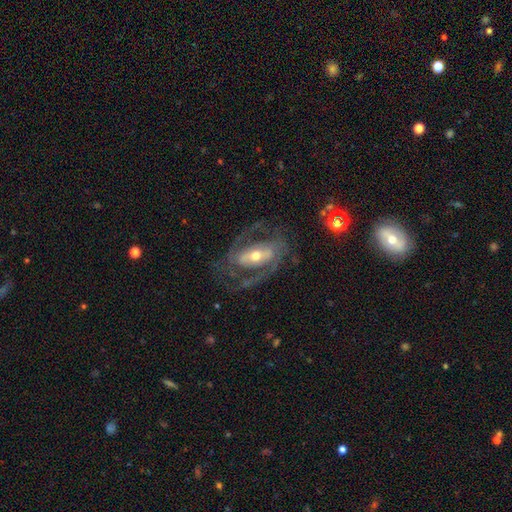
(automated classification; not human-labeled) Smooth or featured? Predicted: featured or disk (p=0.85). Edge-on disk? Predicted: no (p=0.94). Bar? Predicted: strong (p=0.45). Spiral arms? Predicted: yes (p=0.88). Spiral winding? Predicted: medium (p=0.50). Spiral arm count? Predicted: 2 (p=0.77). Bulge size? Predicted: moderate (p=0.55). Merging? Predicted: none (p=0.68).